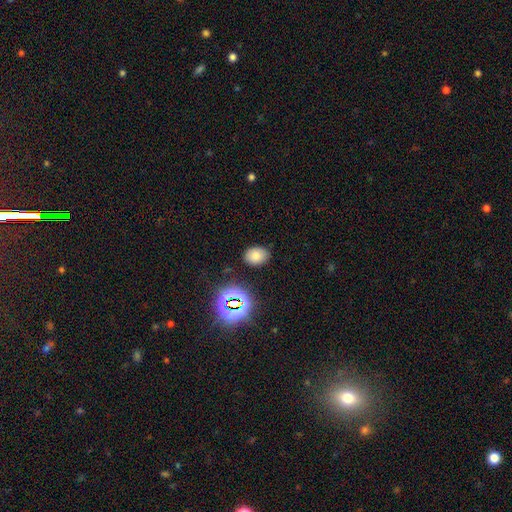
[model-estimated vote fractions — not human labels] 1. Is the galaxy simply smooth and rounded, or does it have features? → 74% smooth, 17% star or artifact, 9% featured or disk.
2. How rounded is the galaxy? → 70% in between, 29% round, 1% cigar-shaped.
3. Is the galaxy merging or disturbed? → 84% none, 11% minor disturbance, 3% major disturbance, 2% merger.